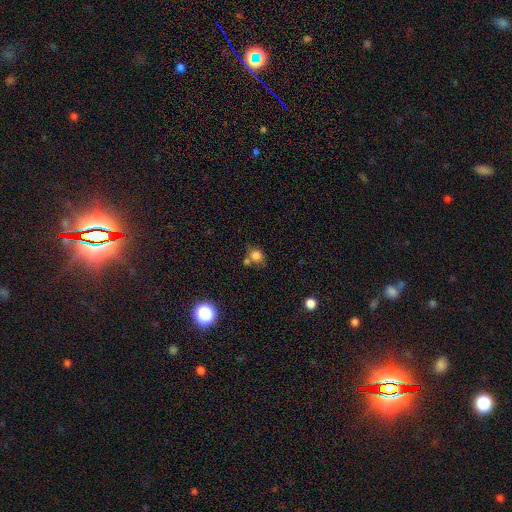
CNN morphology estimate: A smooth galaxy with no disk features (77%) that is round (73%).

Vote fractions:
- Smooth or featured? smooth: 77% / star or artifact: 15% / featured or disk: 9%
- How rounded? round: 73% / in between: 26% / cigar-shaped: 1%
- Merging? none: 52% / merger: 27% / minor disturbance: 15% / major disturbance: 6%